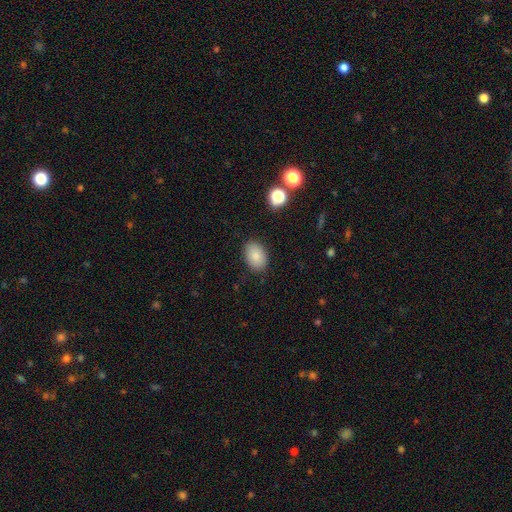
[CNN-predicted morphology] type=smooth (85%); roundness=in between (83%); merging=none (86%).